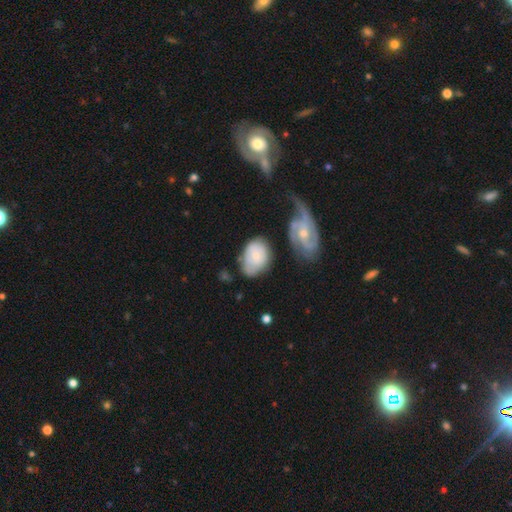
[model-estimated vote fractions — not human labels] Q: Smooth or featured?
A: smooth (55%); runner-up: featured or disk (39%)
Q: How rounded?
A: in between (77%); runner-up: round (21%)
Q: Merging?
A: none (47%); runner-up: minor disturbance (27%)